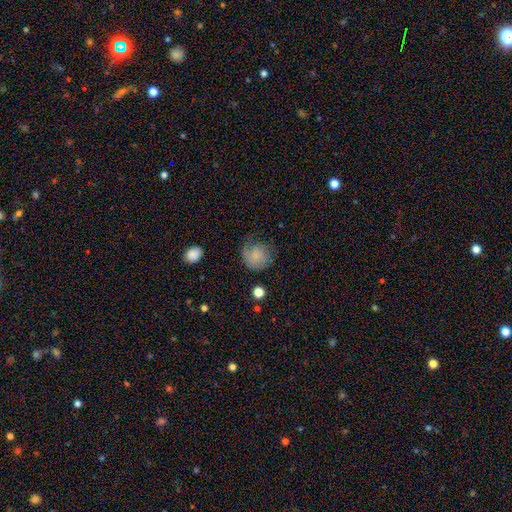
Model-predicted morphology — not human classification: Smooth or featured: smooth — 57% (featured or disk — 35%)
How rounded: round — 83% (in between — 16%)
Merging: none — 51% (minor disturbance — 25%)